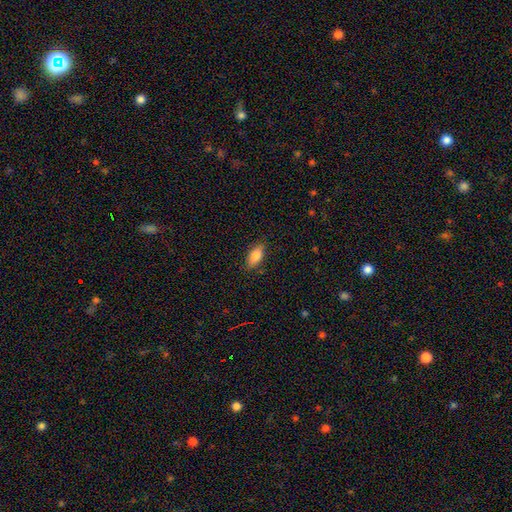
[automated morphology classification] Overall: smooth (83%). How rounded: in between (88%). Merging: none (85%).